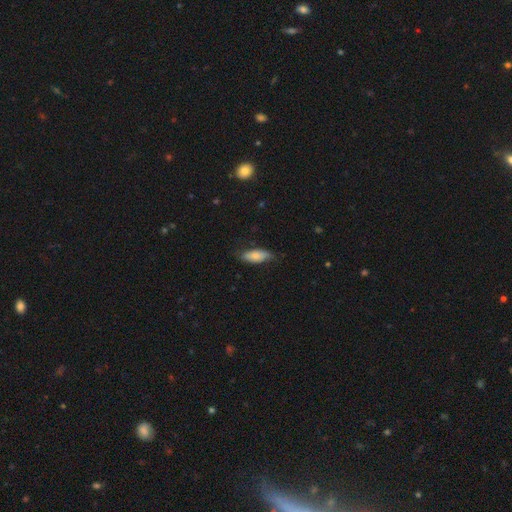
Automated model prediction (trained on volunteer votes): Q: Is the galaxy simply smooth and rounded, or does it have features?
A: smooth — 77%.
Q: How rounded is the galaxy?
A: in between — 74%.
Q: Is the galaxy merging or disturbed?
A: none — 71%.